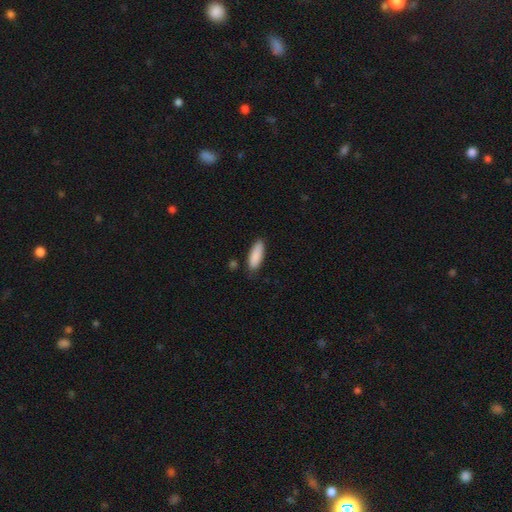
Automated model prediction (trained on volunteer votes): Smooth or featured? smooth (89%)
How rounded? in between (63%)
Merging? none (82%)